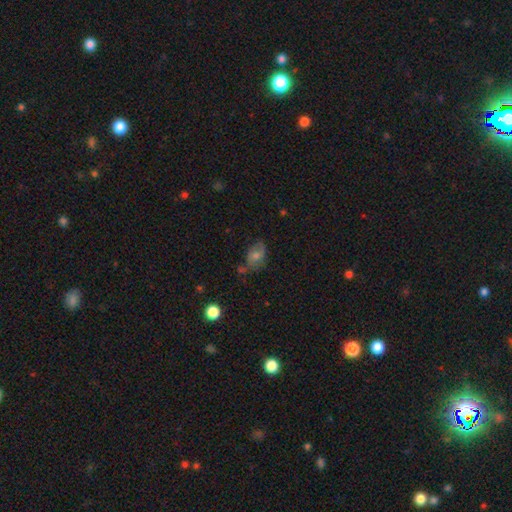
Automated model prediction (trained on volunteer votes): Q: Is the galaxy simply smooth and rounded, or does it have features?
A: smooth — 56%.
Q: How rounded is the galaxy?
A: in between — 79%.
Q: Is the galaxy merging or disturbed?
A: none — 52%.